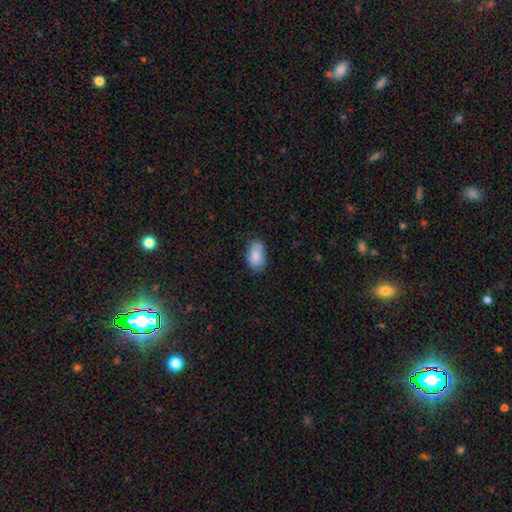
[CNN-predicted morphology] This appears to be a smooth galaxy with no disk features (86%) that is in between round and cigar-shaped (91%). Merging: none (68%).